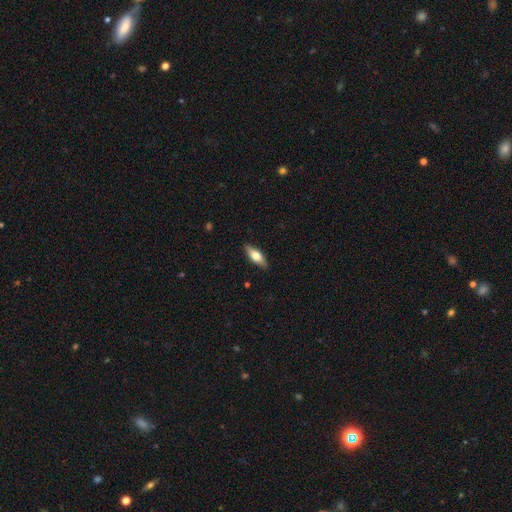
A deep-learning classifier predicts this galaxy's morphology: type=smooth (58%); roundness=in between (60%); merging=none (88%).